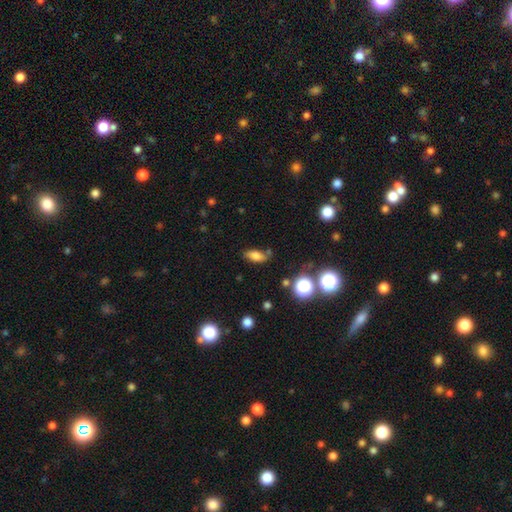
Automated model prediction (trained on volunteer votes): A smooth galaxy with no disk features (72%) that is in between round and cigar-shaped (80%).

Vote fractions:
- Smooth or featured? smooth: 72% / featured or disk: 14% / star or artifact: 13%
- How rounded? in between: 80% / cigar-shaped: 13% / round: 8%
- Merging? none: 68% / minor disturbance: 21% / major disturbance: 6% / merger: 6%